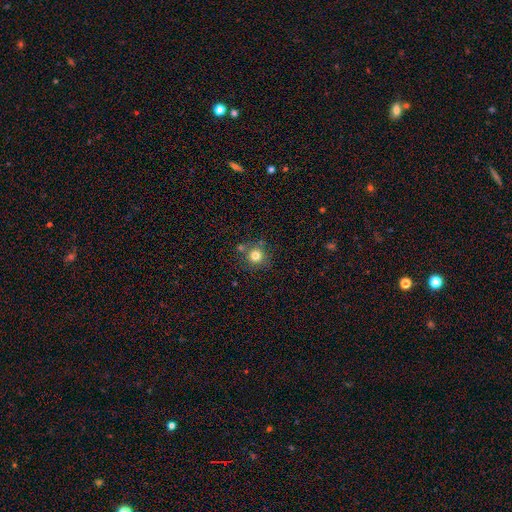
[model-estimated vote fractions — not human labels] The model was most divided on "merging": none: 73%, merger: 13%, minor disturbance: 10%, major disturbance: 3%. More confident: how rounded — round (93%); smooth or featured — smooth (79%).